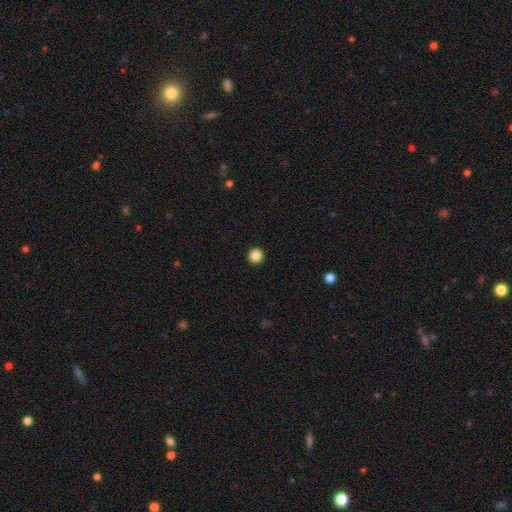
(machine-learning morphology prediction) This is clearly a smooth galaxy (86%). How rounded: clearly round (96%). Merging: clearly none (94%).